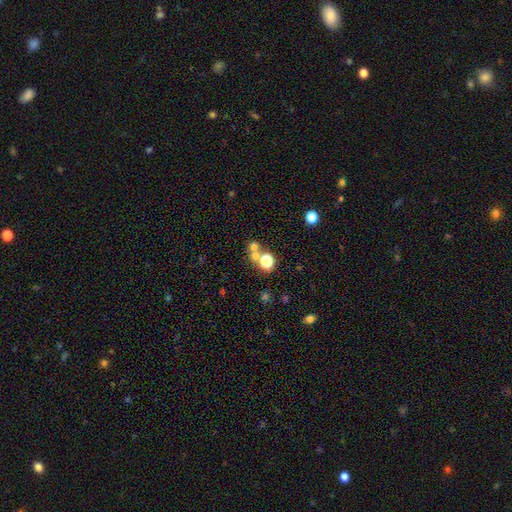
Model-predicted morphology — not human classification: smooth-or-featured: smooth: 61% | star or artifact: 27% | featured or disk: 13%
  how-rounded: round: 85% | in between: 14% | cigar-shaped: 1%
  merging: none: 51% | merger: 38% | minor disturbance: 6% | major disturbance: 4%